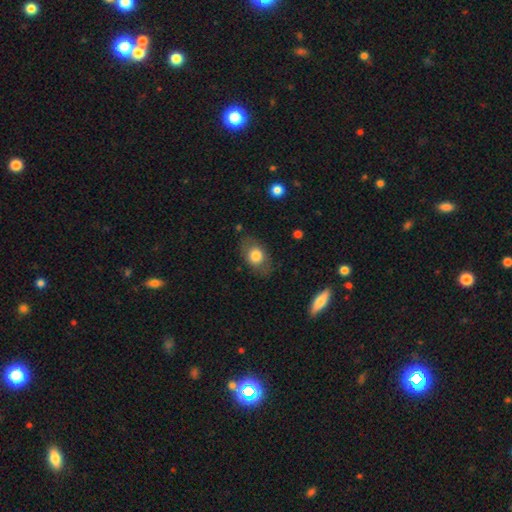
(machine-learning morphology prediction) Smooth or featured? Predicted: smooth (p=0.74). How rounded? Predicted: in between (p=0.77). Merging? Predicted: none (p=0.76).